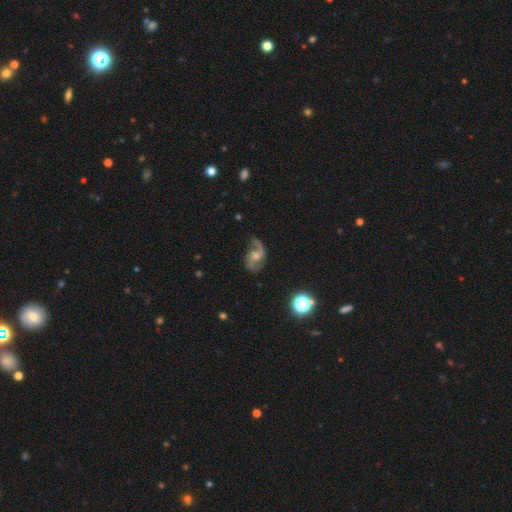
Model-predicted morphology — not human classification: Smooth or featured?
  - featured or disk: 86% *
  - star or artifact: 7%
  - smooth: 7%
Edge-on disk?
  - no: 97% *
  - yes: 3%
Bar?
  - no: 54% *
  - weak: 36%
  - strong: 10%
Spiral arms?
  - yes: 96% *
  - no: 4%
Spiral winding?
  - loose: 60% *
  - medium: 32%
  - tight: 8%
Spiral arm count?
  - 2: 90% *
  - 1: 3%
  - can't tell: 3%
  - 3: 2%
  - 4: 1%
  - more than 4: 1%
Bulge size?
  - moderate: 59% *
  - small: 34%
  - large: 4%
  - none: 3%
  - dominant: 1%
Merging?
  - none: 72% *
  - minor disturbance: 18%
  - major disturbance: 9%
  - merger: 2%